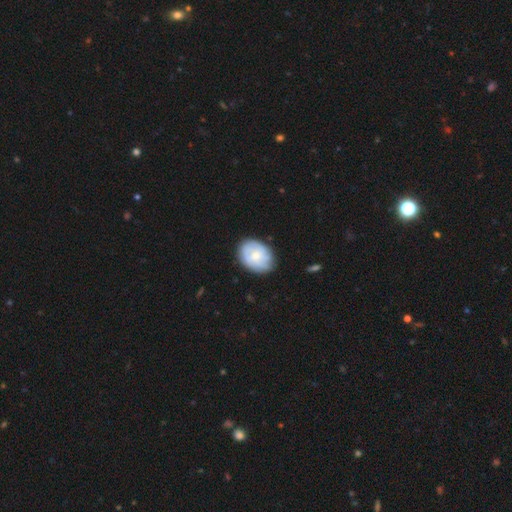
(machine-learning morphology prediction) This is possibly a featured or disk galaxy (47%, tied with smooth). Merging: likely none (74%).